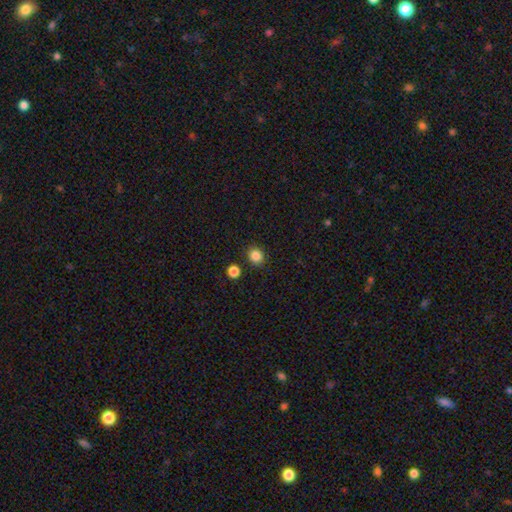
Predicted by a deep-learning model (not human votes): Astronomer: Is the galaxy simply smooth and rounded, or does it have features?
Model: smooth — 85%.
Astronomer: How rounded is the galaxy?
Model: round — 83%.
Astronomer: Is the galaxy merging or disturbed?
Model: none — 87%.